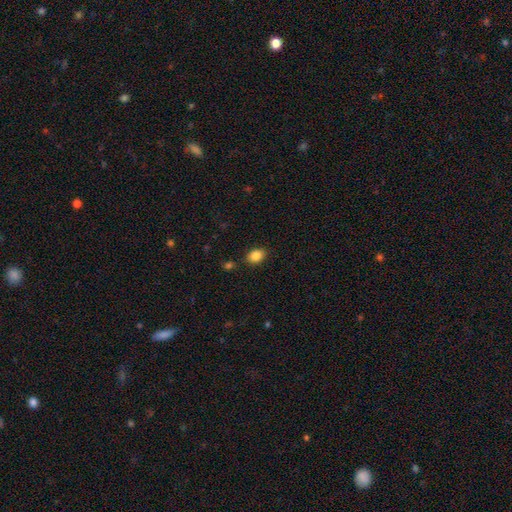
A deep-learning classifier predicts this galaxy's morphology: Q: Smooth or featured?
A: smooth (85%); runner-up: star or artifact (9%)
Q: How rounded?
A: in between (72%); runner-up: round (27%)
Q: Merging?
A: none (85%); runner-up: minor disturbance (10%)